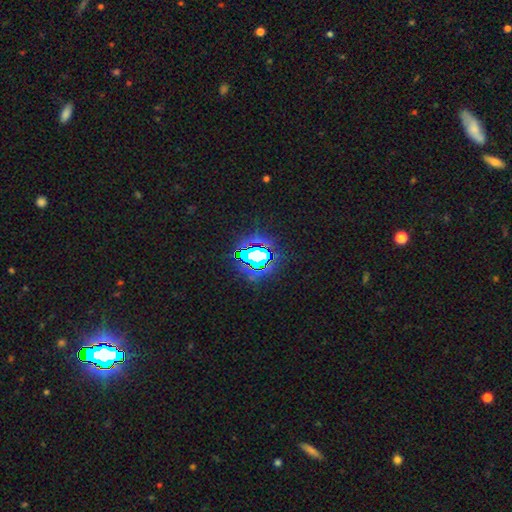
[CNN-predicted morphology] A star or artifact, not a galaxy (72%).